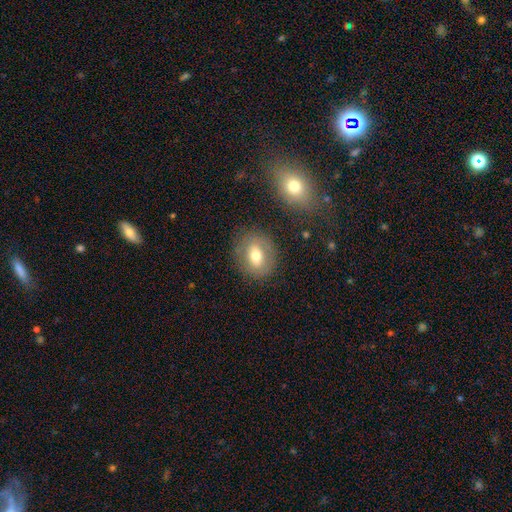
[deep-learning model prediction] smooth-or-featured: smooth: 61% | featured or disk: 29% | star or artifact: 9%
  how-rounded: round: 56% | in between: 42% | cigar-shaped: 2%
  merging: none: 81% | minor disturbance: 12% | major disturbance: 5% | merger: 2%